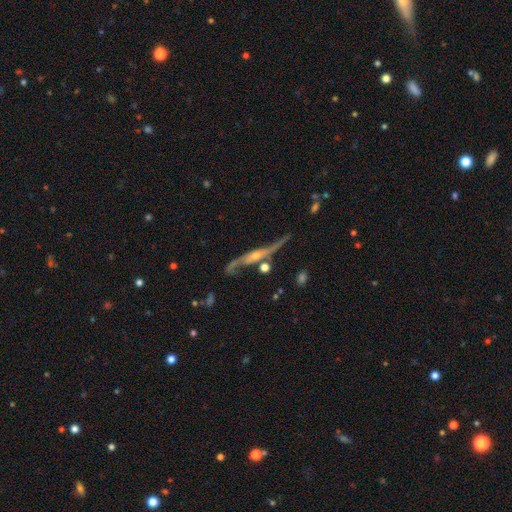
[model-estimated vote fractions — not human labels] Morphology: type=featured or disk (83%); edge-on=yes (56%); merging=none (57%).